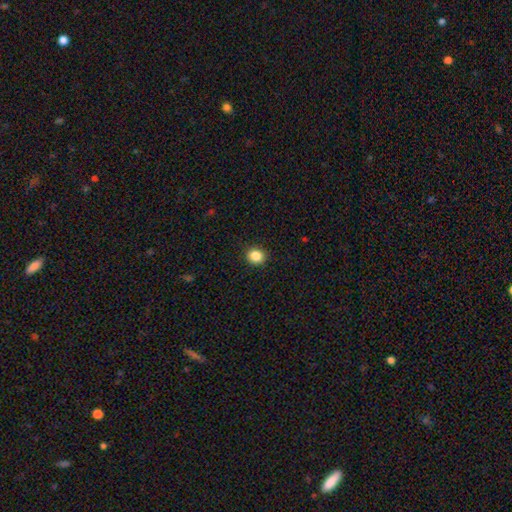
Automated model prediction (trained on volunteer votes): A smooth galaxy with no disk features (86%) that is round (81%).

Vote fractions:
- Smooth or featured? smooth: 86% / star or artifact: 10% / featured or disk: 4%
- How rounded? round: 81% / in between: 18% / cigar-shaped: 1%
- Merging? none: 91% / minor disturbance: 6% / major disturbance: 2% / merger: 1%